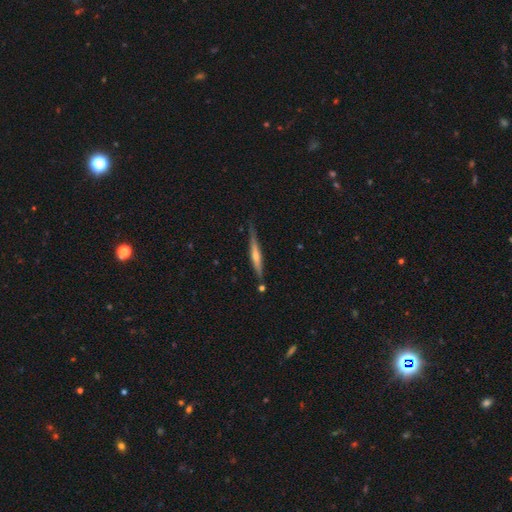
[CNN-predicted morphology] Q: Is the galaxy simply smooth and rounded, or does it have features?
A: featured or disk — 69%.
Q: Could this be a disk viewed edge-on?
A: yes — 97%.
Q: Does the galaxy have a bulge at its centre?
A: rounded — 71%.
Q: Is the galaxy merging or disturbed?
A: none — 80%.